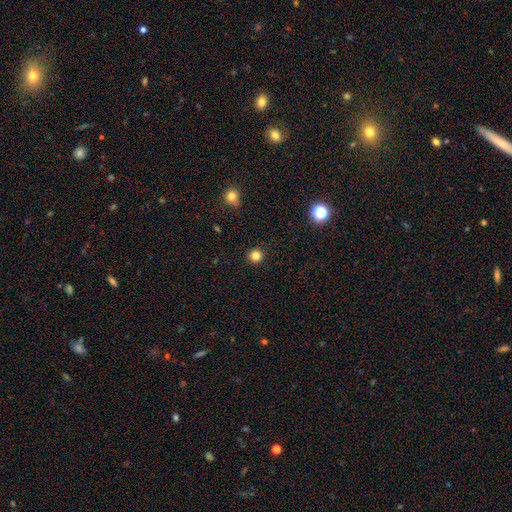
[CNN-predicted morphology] This appears to be a smooth galaxy with no disk features (82%) that is round (95%). Merging: none (92%).